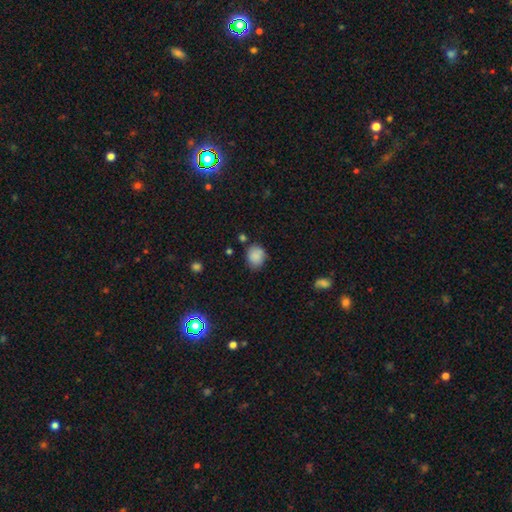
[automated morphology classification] Smooth or featured?
  - smooth: 86% *
  - star or artifact: 9%
  - featured or disk: 5%
How rounded?
  - round: 64% *
  - in between: 35%
  - cigar-shaped: 1%
Merging?
  - none: 72% *
  - minor disturbance: 19%
  - merger: 4%
  - major disturbance: 4%